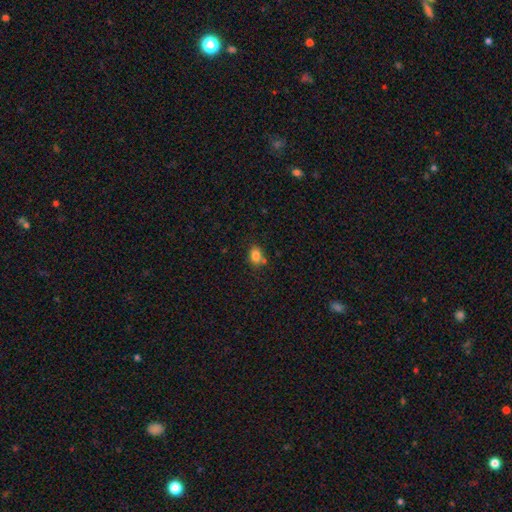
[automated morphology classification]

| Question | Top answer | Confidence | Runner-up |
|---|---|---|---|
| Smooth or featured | smooth | 82% | star or artifact (11%) |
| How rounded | in between | 64% | round (35%) |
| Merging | none | 66% | minor disturbance (16%) |